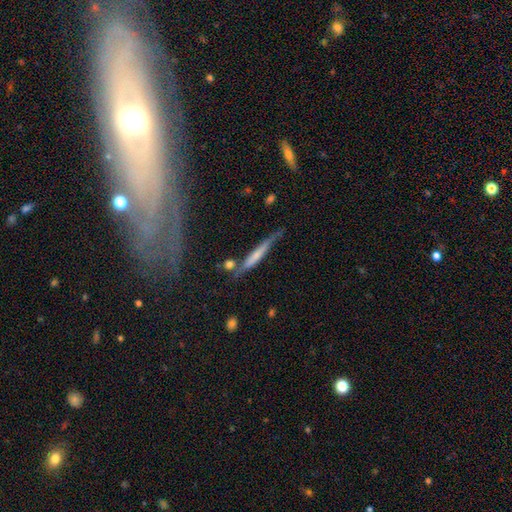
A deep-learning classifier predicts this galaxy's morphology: Smooth or featured?
  - smooth: 47% *
  - featured or disk: 45%
  - star or artifact: 7%
Merging?
  - none: 63% *
  - minor disturbance: 21%
  - merger: 10%
  - major disturbance: 7%